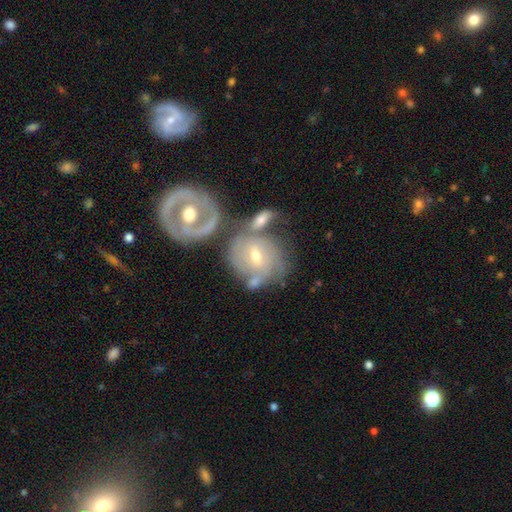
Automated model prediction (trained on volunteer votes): smooth_or_featured: featured or disk (p=0.76) [alt: smooth p=0.17]
disk_edge_on: no (p=0.96) [alt: yes p=0.04]
bar: weak (p=0.44) [alt: no p=0.39]
has_spiral_arms: yes (p=0.86) [alt: no p=0.14]
spiral_winding: tight (p=0.62) [alt: medium p=0.31]
spiral_arm_count: can't tell (p=0.35) [alt: 2 p=0.25]
bulge_size: moderate (p=0.60) [alt: small p=0.36]
merging: none (p=0.46) [alt: merger p=0.29]